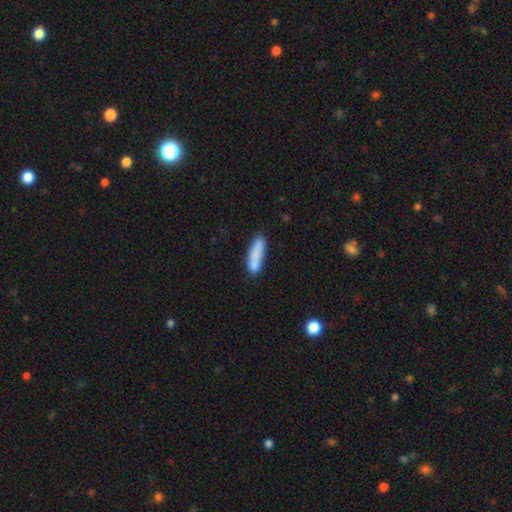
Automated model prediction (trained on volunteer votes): This appears to be a smooth galaxy with no disk features (81%) that is cigar-shaped (71%). Merging: none (64%).